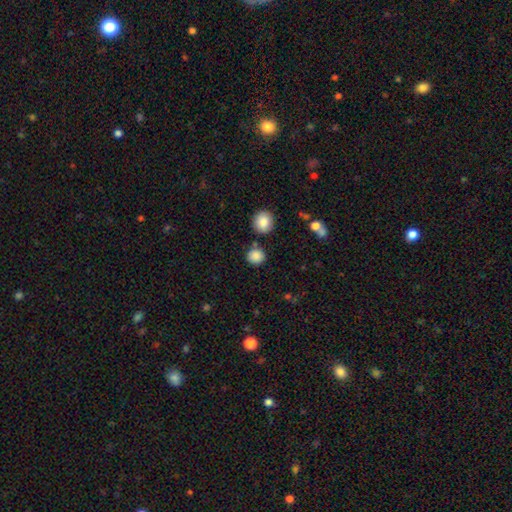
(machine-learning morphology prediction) A smooth galaxy with no disk features (86%) that is round (88%).

Vote fractions:
- Smooth or featured? smooth: 86% / star or artifact: 10% / featured or disk: 4%
- How rounded? round: 88% / in between: 11% / cigar-shaped: 1%
- Merging? none: 80% / minor disturbance: 9% / merger: 8% / major disturbance: 3%